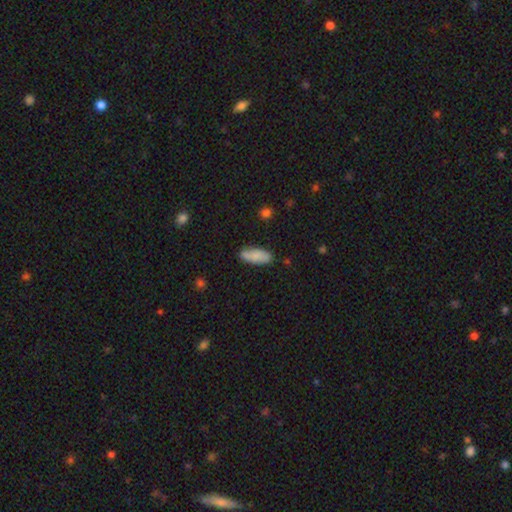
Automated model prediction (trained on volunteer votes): A smooth galaxy with no disk features (81%) that is in between round and cigar-shaped (75%).

Vote fractions:
- Smooth or featured? smooth: 81% / featured or disk: 12% / star or artifact: 6%
- How rounded? in between: 75% / cigar-shaped: 23% / round: 2%
- Merging? none: 78% / minor disturbance: 16% / merger: 3% / major disturbance: 3%